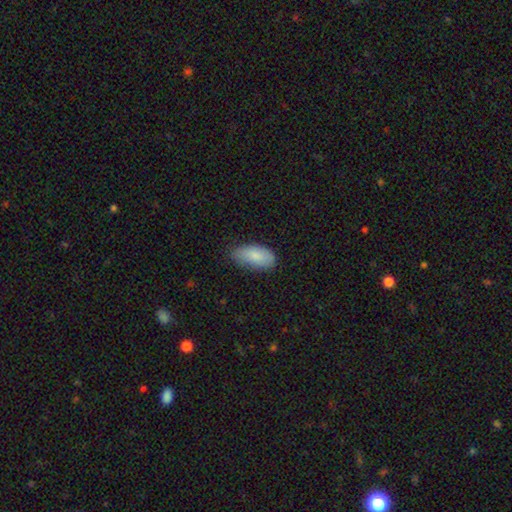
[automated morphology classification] This is clearly a smooth galaxy (85%). How rounded: clearly in between (93%). Merging: likely none (67%).